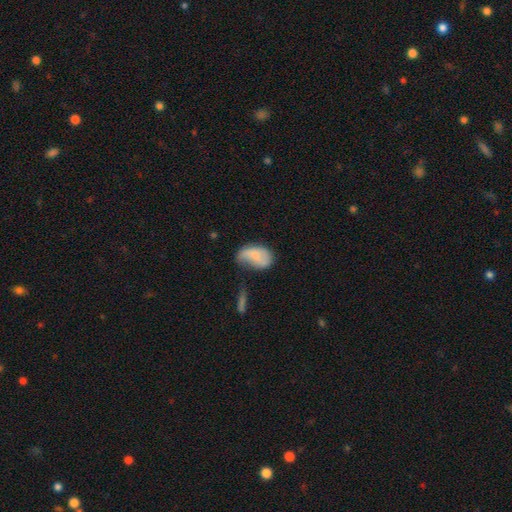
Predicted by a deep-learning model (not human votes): This is likely a smooth galaxy (67%). How rounded: clearly in between (88%). Merging: marginally minor disturbance (37%).